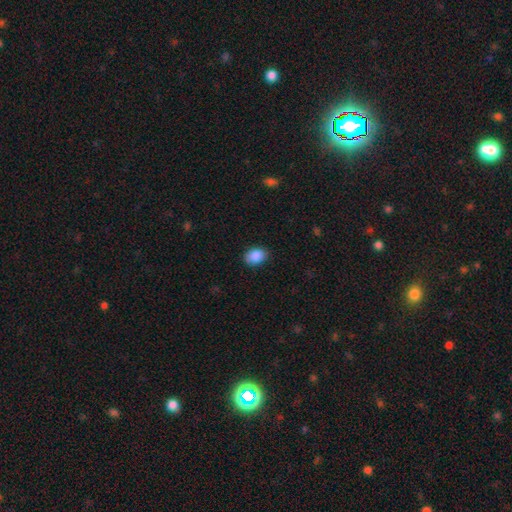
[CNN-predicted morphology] A smooth galaxy with no disk features (88%) that is in between round and cigar-shaped (80%).

Vote fractions:
- Smooth or featured? smooth: 88% / star or artifact: 7% / featured or disk: 4%
- How rounded? in between: 80% / round: 19% / cigar-shaped: 1%
- Merging? none: 86% / minor disturbance: 11% / major disturbance: 2% / merger: 1%